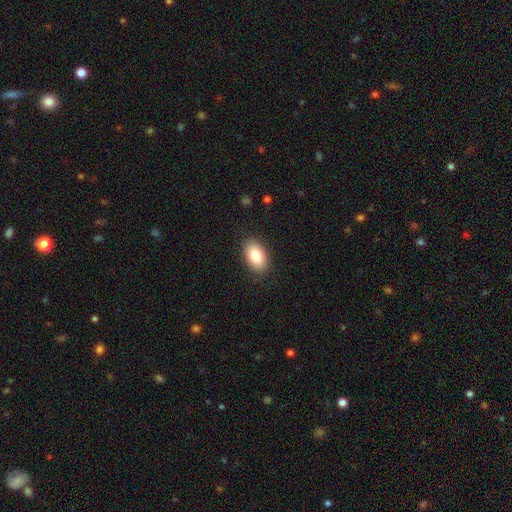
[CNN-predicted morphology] Overall: smooth (83%). How rounded: in between (92%). Merging: none (87%).